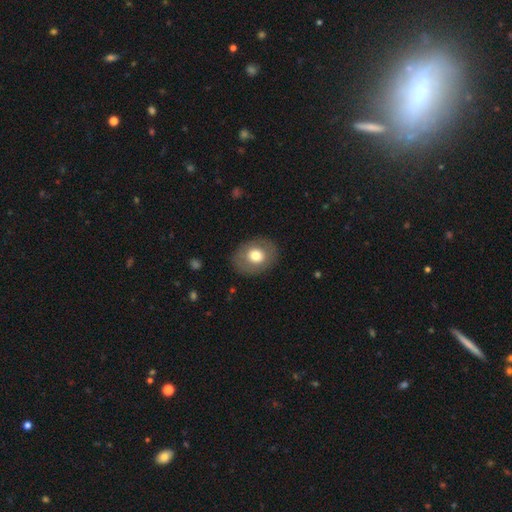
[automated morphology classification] Smooth or featured: smooth — 69% (featured or disk — 23%)
How rounded: in between — 50% (round — 49%)
Merging: none — 86% (minor disturbance — 9%)